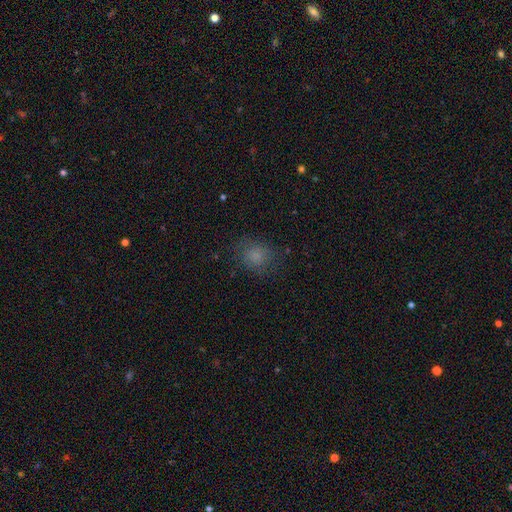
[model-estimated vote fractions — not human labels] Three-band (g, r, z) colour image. It shows a smooth galaxy with no disk features (77%) that is round (68%). Merging: none (75%).